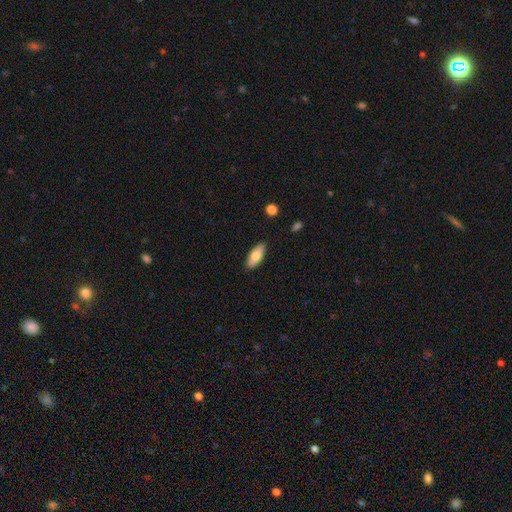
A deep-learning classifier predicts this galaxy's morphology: smooth_or_featured: smooth (p=0.78) [alt: featured or disk p=0.16]
how_rounded: in between (p=0.82) [alt: cigar-shaped p=0.16]
merging: none (p=0.88) [alt: minor disturbance p=0.09]